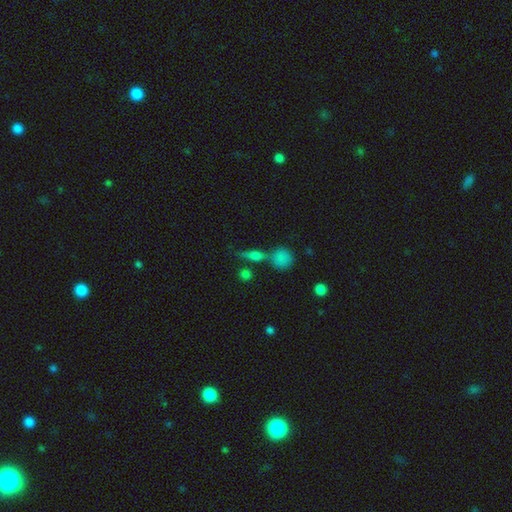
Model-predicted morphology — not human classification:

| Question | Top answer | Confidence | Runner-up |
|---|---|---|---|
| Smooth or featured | smooth | 47% | star or artifact (28%) |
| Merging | none | 64% | merger (19%) |